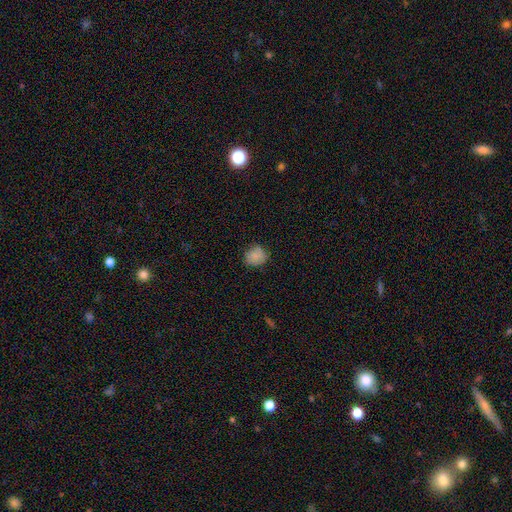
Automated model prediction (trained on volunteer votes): Morphology: type=smooth (83%); roundness=round (70%); merging=none (74%).